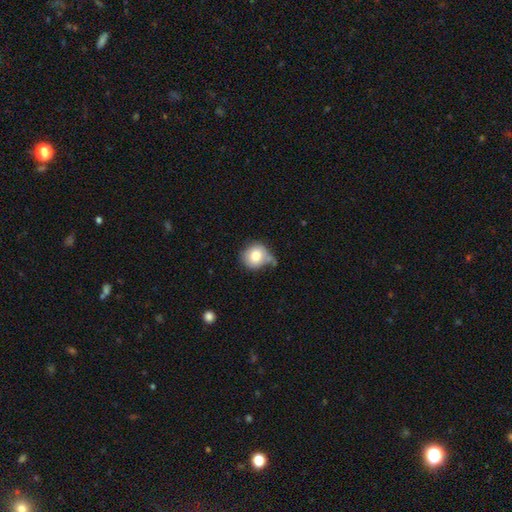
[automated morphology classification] Smooth or featured? smooth (80%)
How rounded? round (83%)
Merging? none (47%)